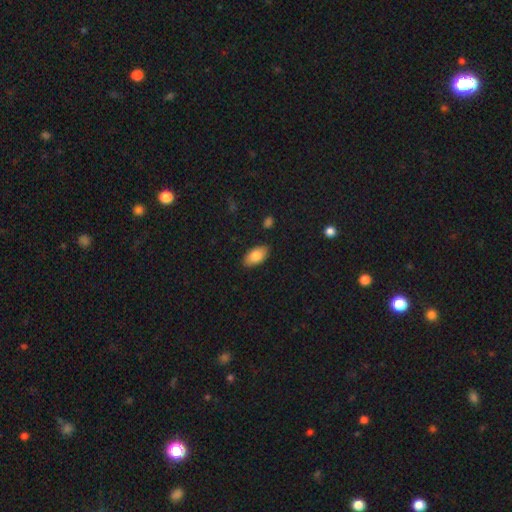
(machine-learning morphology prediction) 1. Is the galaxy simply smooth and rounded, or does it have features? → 81% smooth, 12% featured or disk, 7% star or artifact.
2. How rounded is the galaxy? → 93% in between, 4% round, 3% cigar-shaped.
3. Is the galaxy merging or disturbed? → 86% none, 10% minor disturbance, 2% major disturbance, 1% merger.